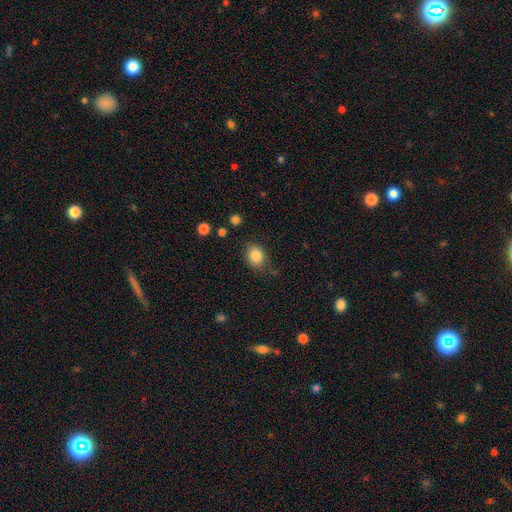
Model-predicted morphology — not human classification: Smooth or featured? smooth (85%)
How rounded? round (52%)
Merging? none (78%)